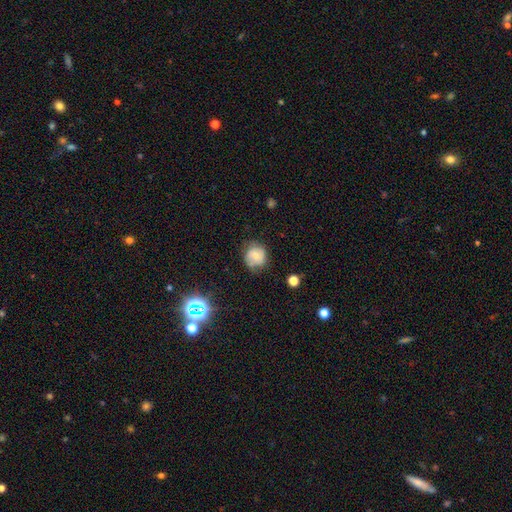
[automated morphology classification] type=smooth (63%); roundness=round (84%); merging=none (68%).